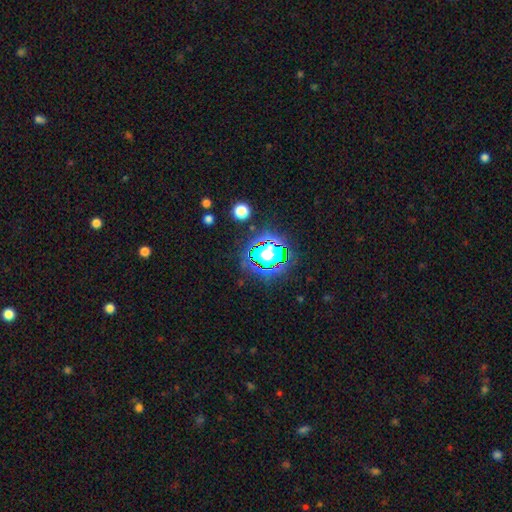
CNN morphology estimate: Smooth or featured?
  - star or artifact: 79% *
  - smooth: 13%
  - featured or disk: 8%